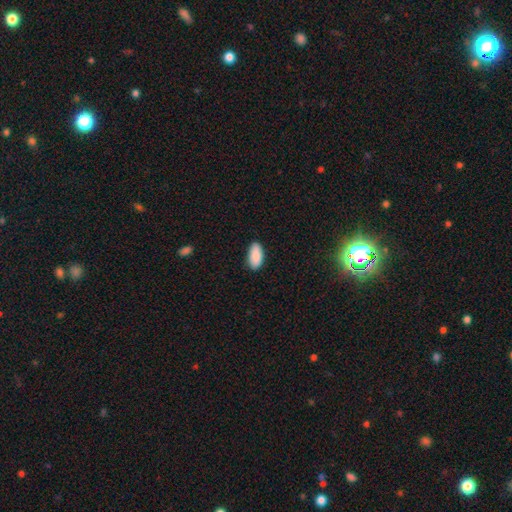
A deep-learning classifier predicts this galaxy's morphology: This is clearly a smooth galaxy (90%). How rounded: clearly in between (92%). Merging: clearly none (86%).